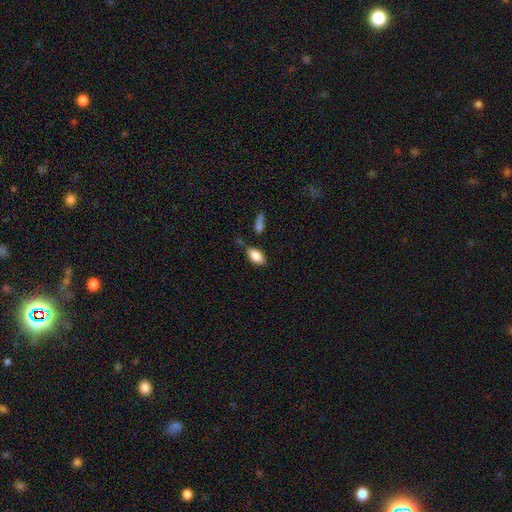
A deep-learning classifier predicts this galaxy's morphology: A smooth galaxy with no disk features (83%) that is in between round and cigar-shaped (91%). Merging: none (71%).